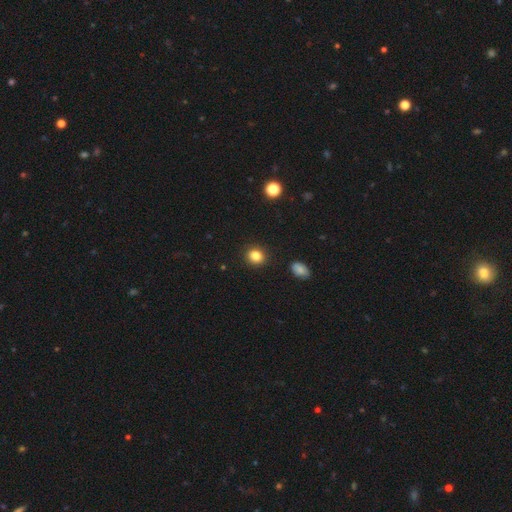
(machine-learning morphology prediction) smooth_or_featured: smooth (p=0.84) [alt: star or artifact p=0.11]
how_rounded: round (p=0.78) [alt: in between p=0.21]
merging: none (p=0.90) [alt: minor disturbance p=0.07]